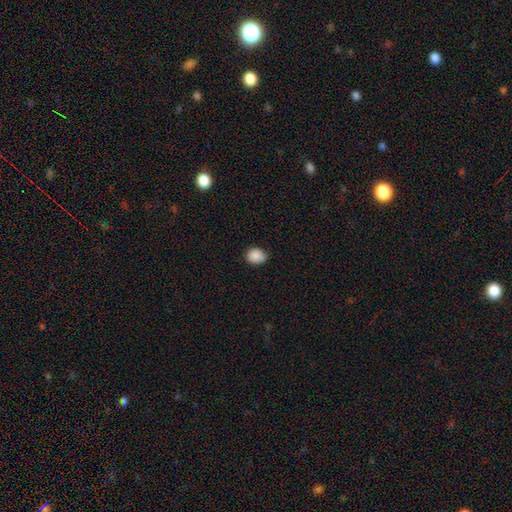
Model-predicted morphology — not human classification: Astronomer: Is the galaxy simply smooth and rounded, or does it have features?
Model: smooth — 89%.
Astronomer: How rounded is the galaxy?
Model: round — 56% (runner-up: in between, 43%).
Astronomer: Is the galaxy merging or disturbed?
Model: none — 79%.